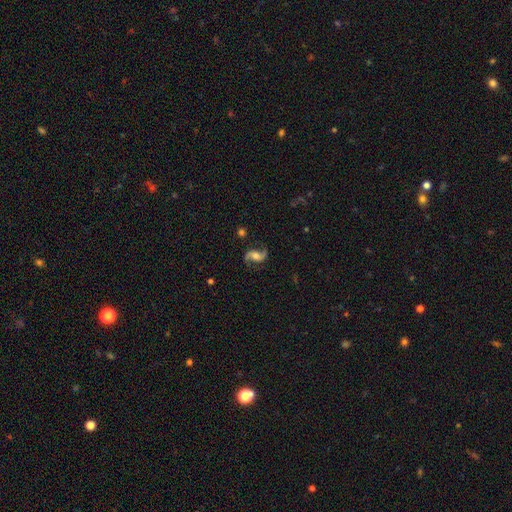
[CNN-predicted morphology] Q: Smooth or featured?
A: featured or disk (88%); runner-up: smooth (6%)
Q: Edge-on disk?
A: no (98%); runner-up: yes (2%)
Q: Bar?
A: no (51%); runner-up: weak (35%)
Q: Spiral arms?
A: yes (97%); runner-up: no (3%)
Q: Spiral winding?
A: loose (60%); runner-up: medium (33%)
Q: Spiral arm count?
A: 2 (94%); runner-up: 1 (2%)
Q: Bulge size?
A: moderate (56%); runner-up: small (22%)
Q: Merging?
A: none (80%); runner-up: minor disturbance (12%)